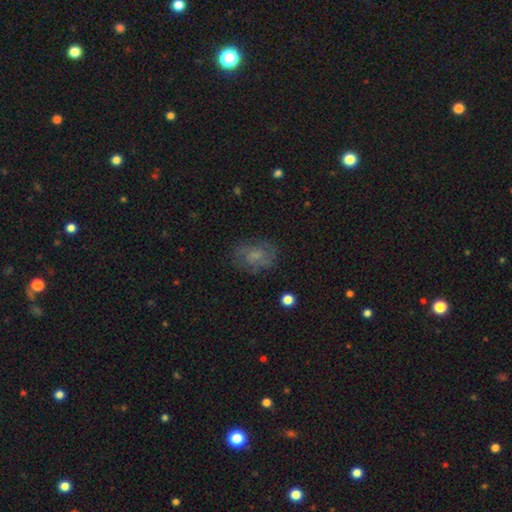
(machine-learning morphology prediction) The model was most divided on "smooth or featured": smooth: 48%, featured or disk: 38%, star or artifact: 14%. More confident: merging — none (70%).